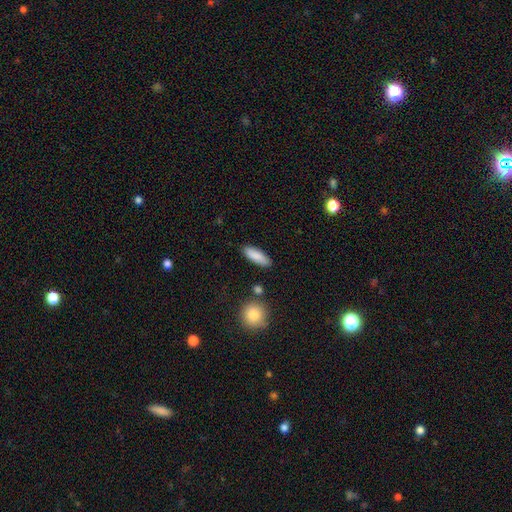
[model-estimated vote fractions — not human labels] smooth 87%, featured or disk 7%, star or artifact 6%. Down the decision tree: how rounded — in between (56%); merging — none (86%).